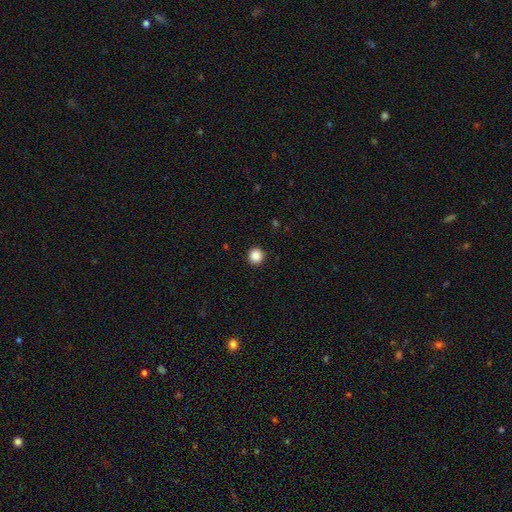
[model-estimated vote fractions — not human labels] This appears to be a smooth galaxy with no disk features (88%) that is round (93%). Merging: none (92%).